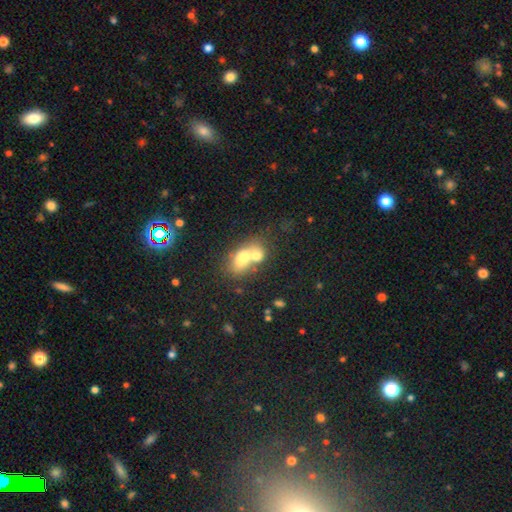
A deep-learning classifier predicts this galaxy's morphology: smooth_or_featured: smooth (p=0.67) [alt: featured or disk p=0.23]
how_rounded: in between (p=0.69) [alt: round p=0.28]
merging: merger (p=0.70) [alt: none p=0.19]